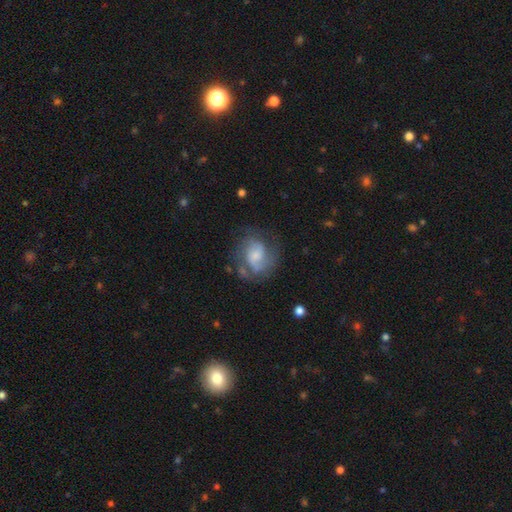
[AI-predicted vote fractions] A featured or disk galaxy (64%) with no bar (52%), 2 (57%) medium (48%) spiral arms (85%) and a small central bulge (49%). Merging: none (55%).